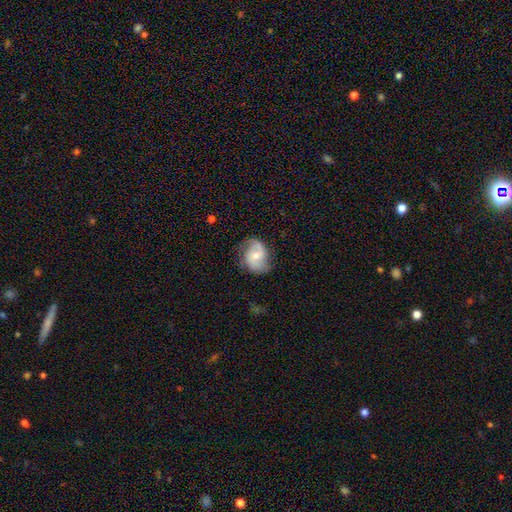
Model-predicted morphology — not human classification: This is likely a featured or disk galaxy (73%). It is clearly not viewed edge-on (98%). Bar: possibly no (50%). Spiral arm pattern: clearly yes (93%). Spiral arm count: clearly 2 (86%). Spiral winding: possibly medium (46%). Central bulge: possibly moderate (48%). Merging: likely none (71%).